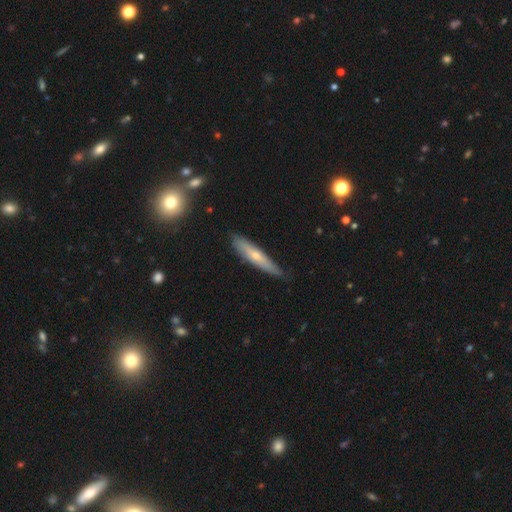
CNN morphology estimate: This is possibly a smooth galaxy (52%). How rounded: clearly cigar-shaped (86%). Merging: clearly none (82%).